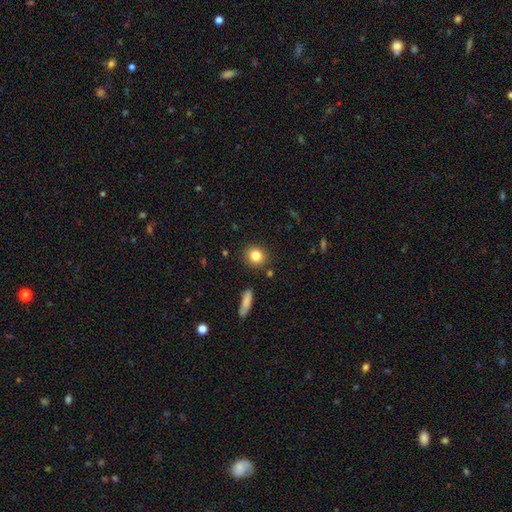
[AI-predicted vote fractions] This appears to be a smooth galaxy with no disk features (83%) that is round (84%). Merging: none (88%).